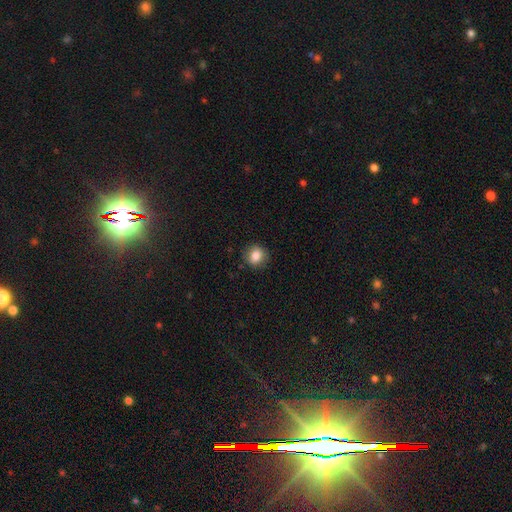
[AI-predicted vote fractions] A smooth galaxy with no disk features (84%) that is round (76%).

Vote fractions:
- Smooth or featured? smooth: 84% / star or artifact: 9% / featured or disk: 7%
- How rounded? round: 76% / in between: 23% / cigar-shaped: 1%
- Merging? none: 86% / minor disturbance: 11% / major disturbance: 3% / merger: 1%